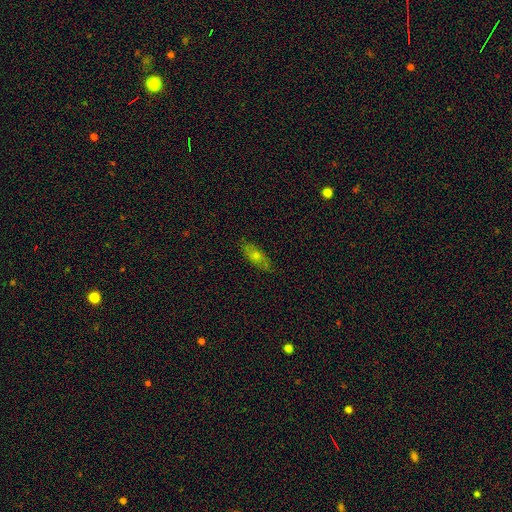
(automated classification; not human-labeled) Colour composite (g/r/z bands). It shows a smooth galaxy with no disk features (50%) that is in between round and cigar-shaped (64%). Merging: none (81%).